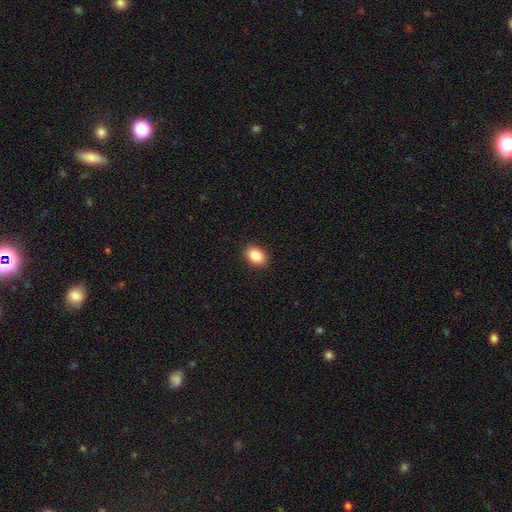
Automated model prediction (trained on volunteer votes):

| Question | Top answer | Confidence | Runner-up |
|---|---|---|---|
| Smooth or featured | smooth | 87% | star or artifact (9%) |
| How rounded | in between | 80% | round (19%) |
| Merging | none | 90% | minor disturbance (7%) |